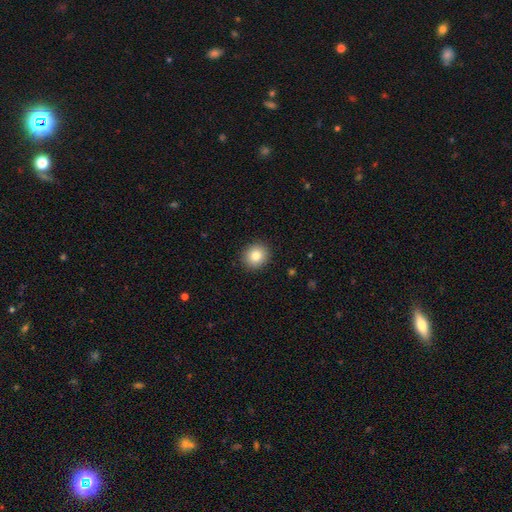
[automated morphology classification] Smooth or featured?
  - smooth: 83% *
  - star or artifact: 10%
  - featured or disk: 8%
How rounded?
  - round: 86% *
  - in between: 13%
  - cigar-shaped: 1%
Merging?
  - none: 91% *
  - minor disturbance: 6%
  - major disturbance: 2%
  - merger: 1%